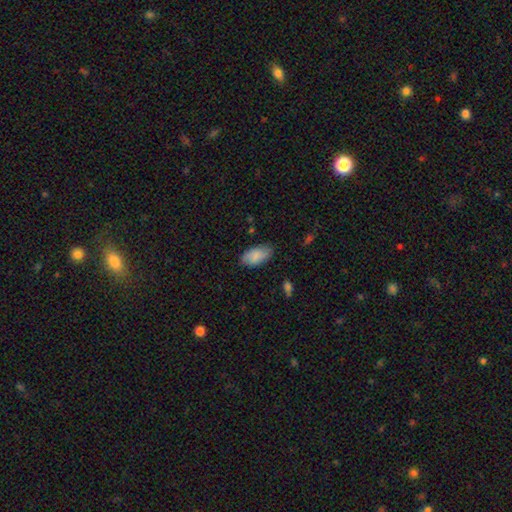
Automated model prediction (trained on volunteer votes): A smooth galaxy with no disk features (84%) that is in between round and cigar-shaped (94%).

Vote fractions:
- Smooth or featured? smooth: 84% / featured or disk: 10% / star or artifact: 6%
- How rounded? in between: 94% / cigar-shaped: 3% / round: 3%
- Merging? none: 79% / minor disturbance: 17% / major disturbance: 3% / merger: 1%